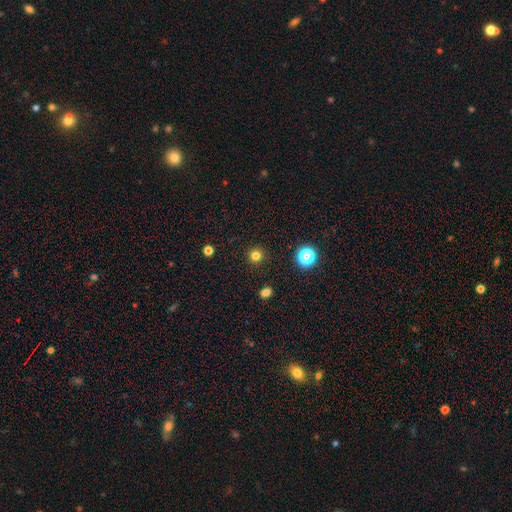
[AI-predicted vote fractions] smooth 78%, star or artifact 17%, featured or disk 5%. Down the decision tree: how rounded — round (95%); merging — none (92%).